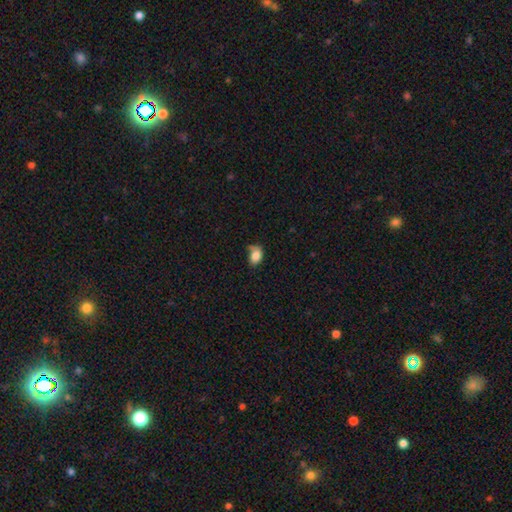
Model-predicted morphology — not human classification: A smooth galaxy with no disk features (81%) that is in between round and cigar-shaped (79%). Merging: none (42%).